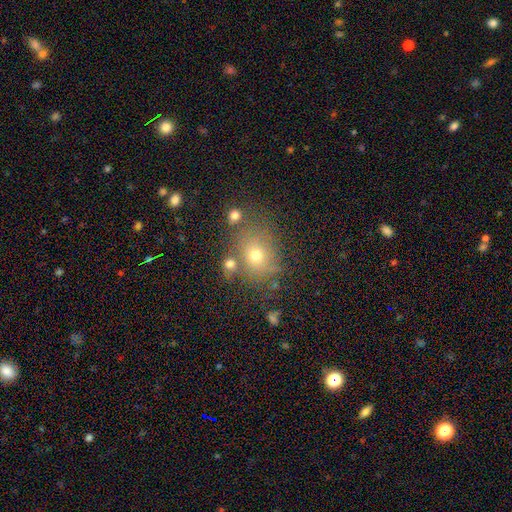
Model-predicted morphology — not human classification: Smooth or featured?
  - smooth: 68% *
  - star or artifact: 17%
  - featured or disk: 16%
How rounded?
  - round: 58% *
  - in between: 41%
  - cigar-shaped: 1%
Merging?
  - none: 64% *
  - minor disturbance: 16%
  - merger: 13%
  - major disturbance: 7%